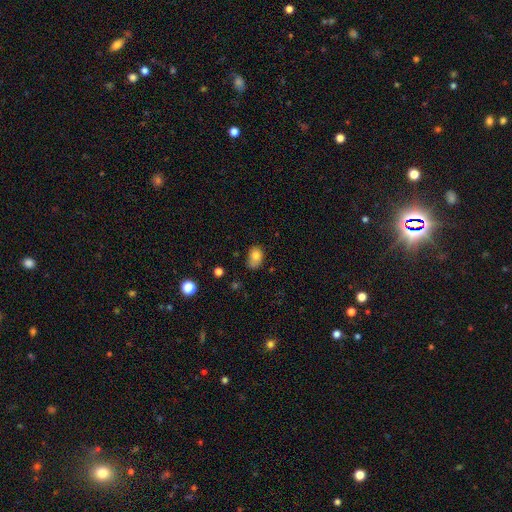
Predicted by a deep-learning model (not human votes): This is likely a smooth galaxy (78%). How rounded: likely in between (71%). Merging: possibly none (49%).